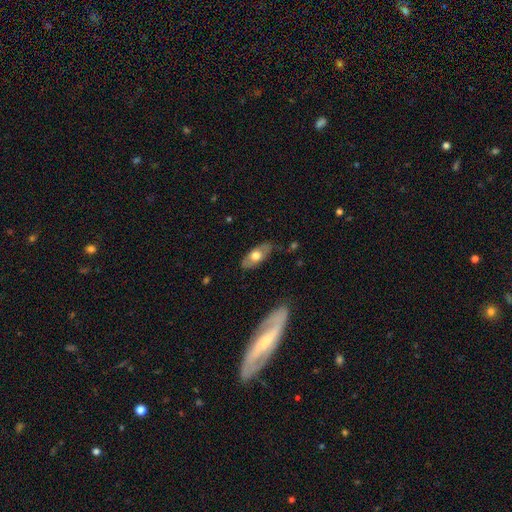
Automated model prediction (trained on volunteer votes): smooth-or-featured: smooth: 55% | featured or disk: 39% | star or artifact: 6%
  how-rounded: in between: 82% | cigar-shaped: 14% | round: 4%
  merging: none: 77% | minor disturbance: 17% | major disturbance: 4% | merger: 2%